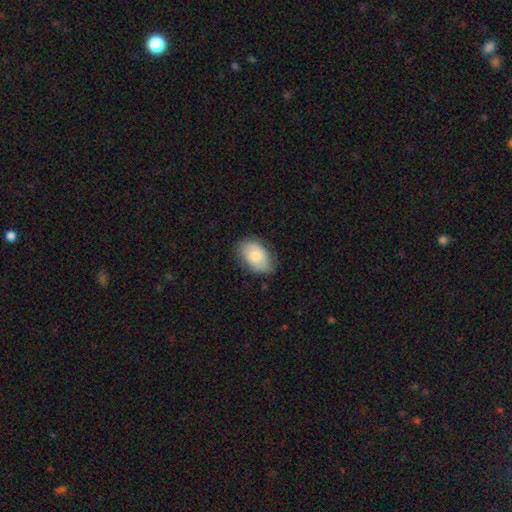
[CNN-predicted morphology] A smooth galaxy with no disk features (74%) that is in between round and cigar-shaped (89%).

Vote fractions:
- Smooth or featured? smooth: 74% / featured or disk: 19% / star or artifact: 6%
- How rounded? in between: 89% / round: 9% / cigar-shaped: 1%
- Merging? none: 74% / minor disturbance: 20% / major disturbance: 4% / merger: 1%